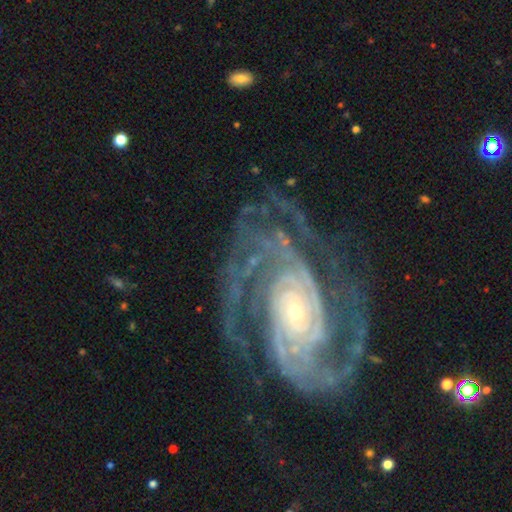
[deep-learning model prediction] Smooth or featured?
  - featured or disk: 91% *
  - star or artifact: 5%
  - smooth: 3%
Edge-on disk?
  - no: 97% *
  - yes: 3%
Bar?
  - no: 62% *
  - weak: 23%
  - strong: 15%
Spiral arms?
  - yes: 98% *
  - no: 2%
Spiral winding?
  - tight: 60% *
  - medium: 33%
  - loose: 7%
Spiral arm count?
  - 2: 42% *
  - 3: 18%
  - can't tell: 14%
  - 4: 10%
  - more than 4: 8%
  - 1: 7%
Bulge size?
  - small: 74% *
  - moderate: 19%
  - large: 3%
  - none: 2%
  - dominant: 1%
Merging?
  - none: 70% *
  - minor disturbance: 16%
  - major disturbance: 13%
  - merger: 2%